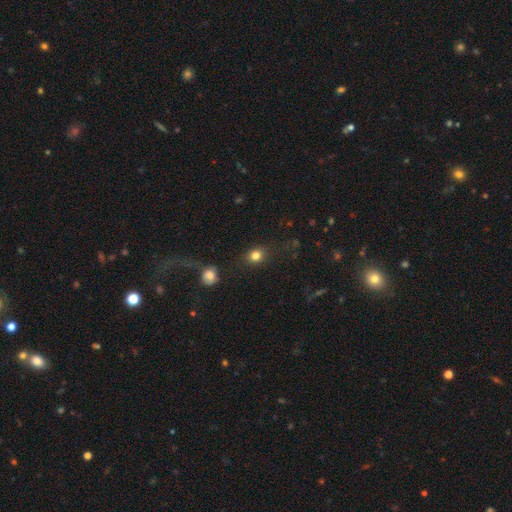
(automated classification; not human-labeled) Smooth or featured? smooth (82%)
How rounded? round (67%)
Merging? none (80%)